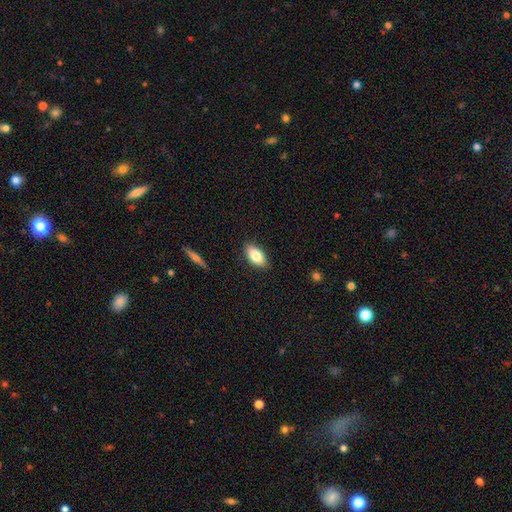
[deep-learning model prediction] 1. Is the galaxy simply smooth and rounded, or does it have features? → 81% smooth, 11% featured or disk, 7% star or artifact.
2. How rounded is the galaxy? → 91% in between, 6% cigar-shaped, 3% round.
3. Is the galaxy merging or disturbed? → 87% none, 10% minor disturbance, 2% major disturbance, 1% merger.